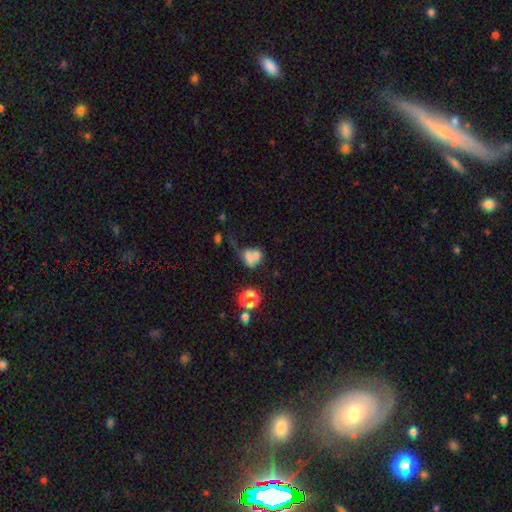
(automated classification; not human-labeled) Q: Smooth or featured?
A: smooth (66%); runner-up: featured or disk (20%)
Q: How rounded?
A: round (57%); runner-up: in between (41%)
Q: Merging?
A: merger (49%); runner-up: none (22%)